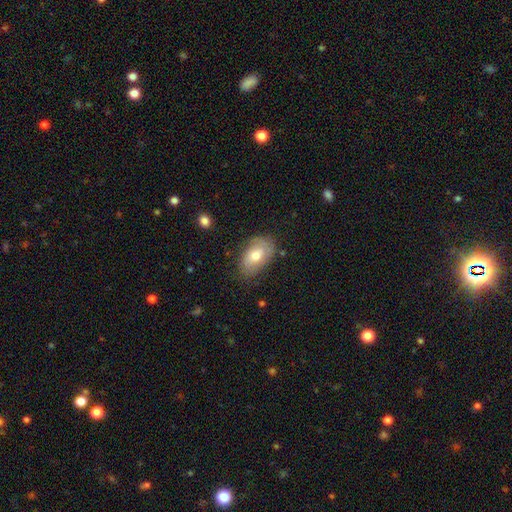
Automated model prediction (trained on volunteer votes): This is likely a smooth galaxy (61%). How rounded: clearly in between (91%). Merging: likely none (71%).